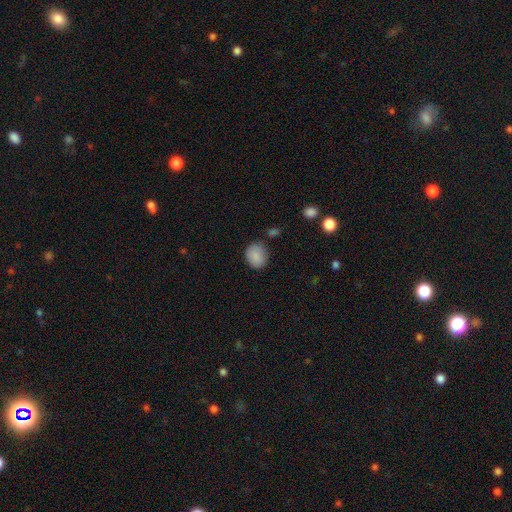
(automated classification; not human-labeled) Q: Smooth or featured?
A: smooth (88%); runner-up: star or artifact (8%)
Q: How rounded?
A: round (55%); runner-up: in between (44%)
Q: Merging?
A: none (79%); runner-up: minor disturbance (15%)